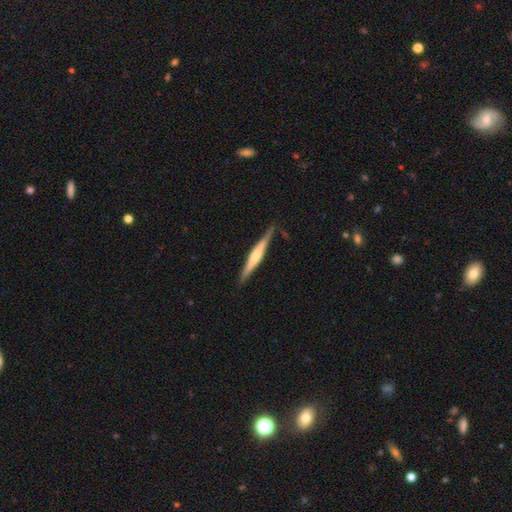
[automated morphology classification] featured or disk 62%, smooth 33%, star or artifact 5%. Down the decision tree: edge-on disk — yes (98%); edge-on bulge — rounded (66%); merging — none (86%).